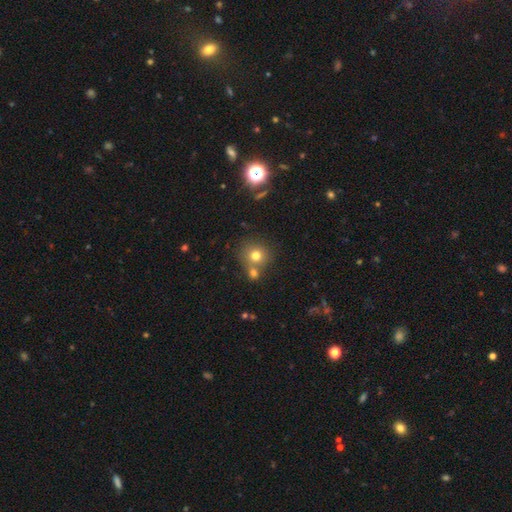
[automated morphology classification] The model was most divided on "merging": none: 60%, merger: 28%, minor disturbance: 9%, major disturbance: 3%. More confident: how rounded — round (87%); smooth or featured — smooth (74%).